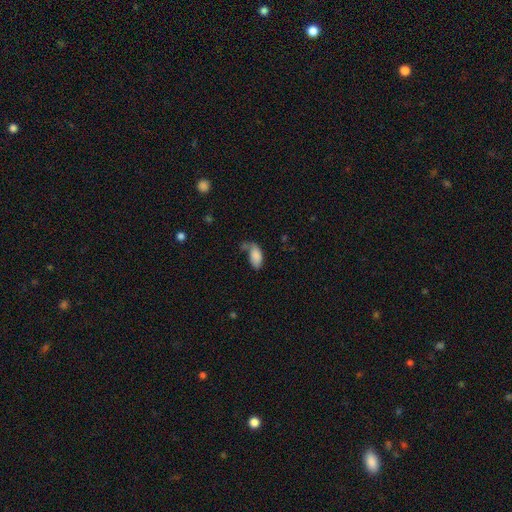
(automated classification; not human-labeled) A smooth galaxy with no disk features (83%) that is in between round and cigar-shaped (94%). Merging: none (39%).